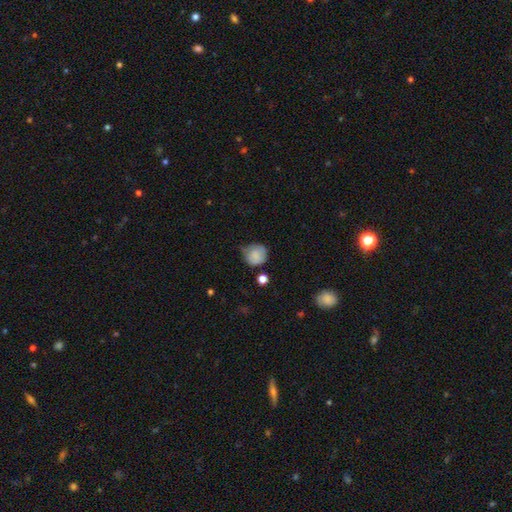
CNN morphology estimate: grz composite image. It shows a smooth galaxy with no disk features (78%) that is round (83%). Merging: none (48%).